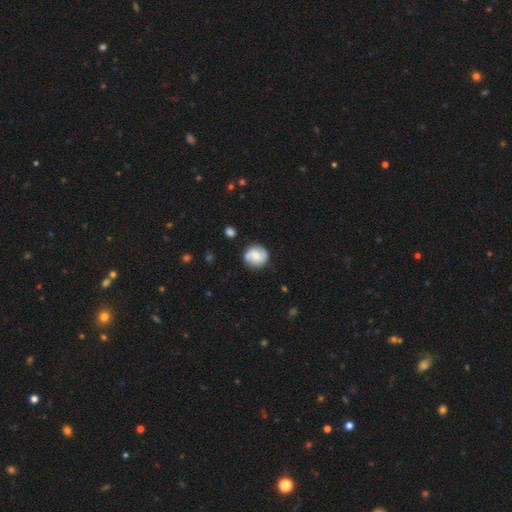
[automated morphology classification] type=featured or disk (52%); edge-on=no (97%); bar=no (49%); spiral arms=yes (89%); bulge=moderate (42%); merging=none (79%).